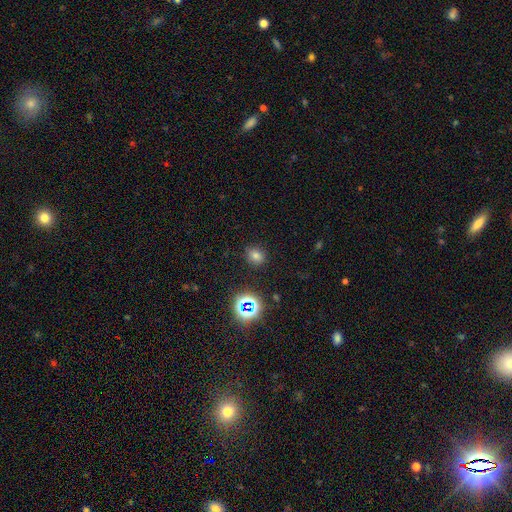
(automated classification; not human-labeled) A smooth galaxy with no disk features (70%) that is round (66%).

Vote fractions:
- Smooth or featured? smooth: 70% / star or artifact: 22% / featured or disk: 8%
- How rounded? round: 66% / in between: 33% / cigar-shaped: 1%
- Merging? none: 86% / minor disturbance: 9% / major disturbance: 3% / merger: 2%